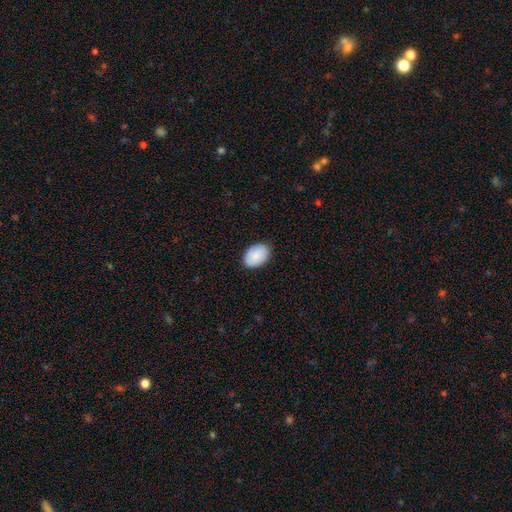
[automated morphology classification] Smooth or featured? smooth (89%)
How rounded? in between (87%)
Merging? none (87%)